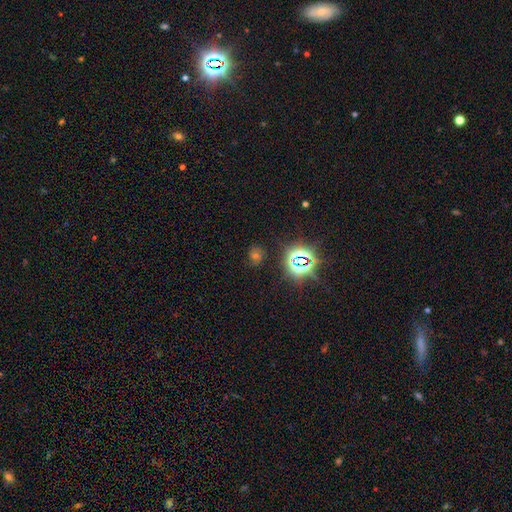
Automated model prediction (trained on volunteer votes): Smooth or featured? star or artifact (54%)